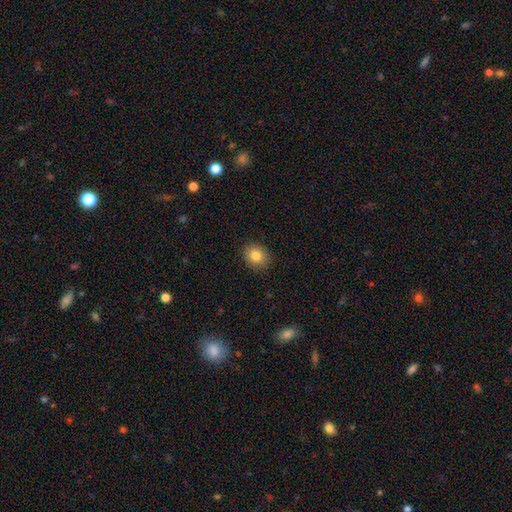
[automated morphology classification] smooth-or-featured: smooth: 83% | star or artifact: 10% | featured or disk: 7%
  how-rounded: round: 66% | in between: 33% | cigar-shaped: 1%
  merging: none: 90% | minor disturbance: 7% | major disturbance: 2% | merger: 1%